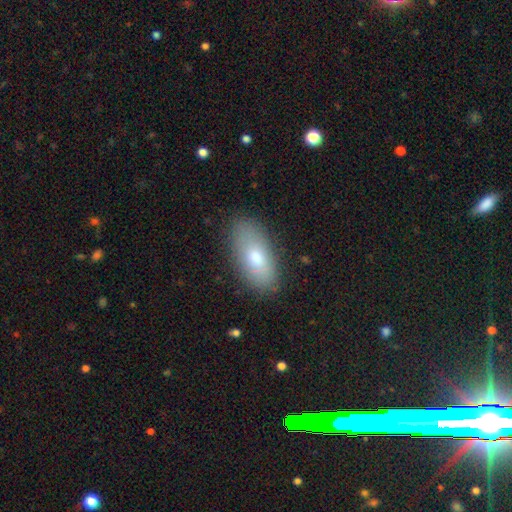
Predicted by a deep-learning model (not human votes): smooth_or_featured: smooth (p=0.75) [alt: featured or disk p=0.18]
how_rounded: in between (p=0.88) [alt: cigar-shaped p=0.08]
merging: none (p=0.84) [alt: minor disturbance p=0.11]